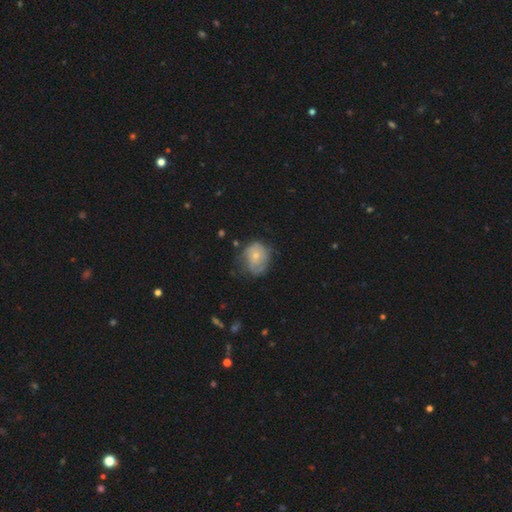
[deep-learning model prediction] This is possibly a featured or disk galaxy (47%). Merging: possibly none (51%).